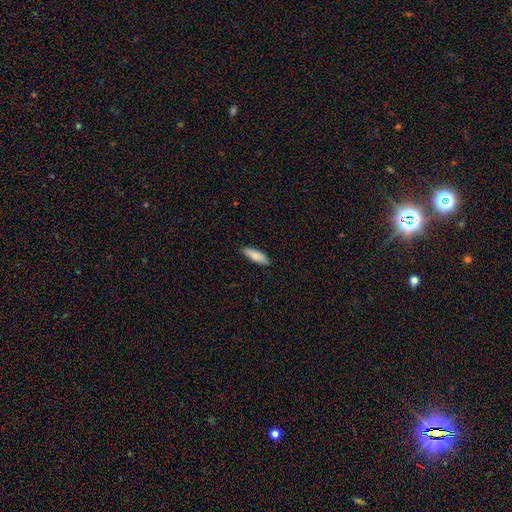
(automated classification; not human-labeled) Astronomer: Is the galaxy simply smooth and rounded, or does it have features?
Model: smooth — 83%.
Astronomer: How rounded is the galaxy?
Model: in between — 55% (runner-up: cigar-shaped, 43%).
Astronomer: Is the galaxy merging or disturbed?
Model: none — 87%.